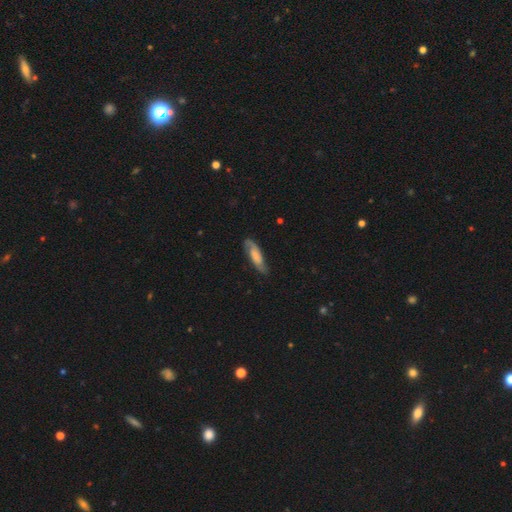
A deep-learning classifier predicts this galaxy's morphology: Smooth or featured? featured or disk (59%)
Edge-on disk? no (78%)
Merging? none (75%)